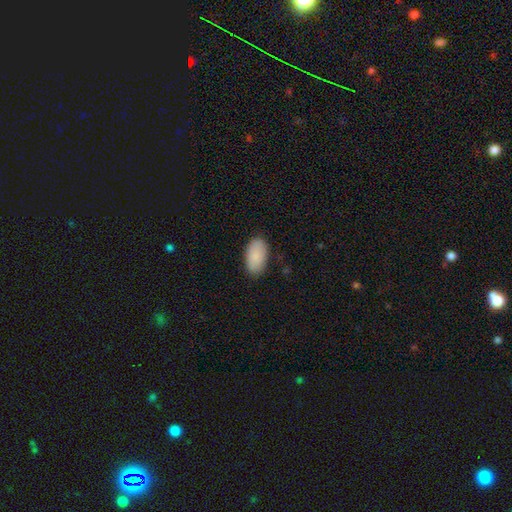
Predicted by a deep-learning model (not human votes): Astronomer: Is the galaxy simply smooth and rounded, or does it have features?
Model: smooth — 89%.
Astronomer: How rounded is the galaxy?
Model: in between — 95%.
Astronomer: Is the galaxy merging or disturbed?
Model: none — 85%.